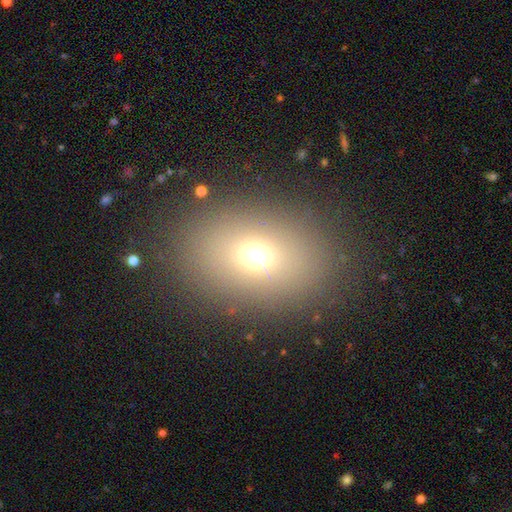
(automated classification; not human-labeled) Smooth or featured? smooth (68%)
How rounded? in between (71%)
Merging? none (85%)